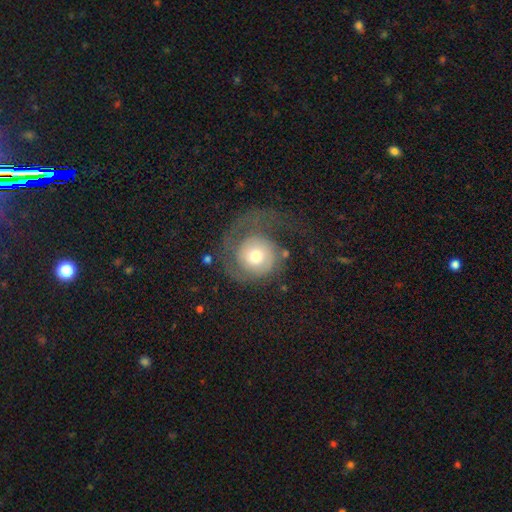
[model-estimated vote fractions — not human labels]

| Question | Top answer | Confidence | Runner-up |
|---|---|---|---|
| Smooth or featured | featured or disk | 61% | smooth (31%) |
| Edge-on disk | no | 97% | yes (3%) |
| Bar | no | 81% | weak (16%) |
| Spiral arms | yes | 83% | no (17%) |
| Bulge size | moderate | 64% | small (19%) |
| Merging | major disturbance | 42% | none (40%) |